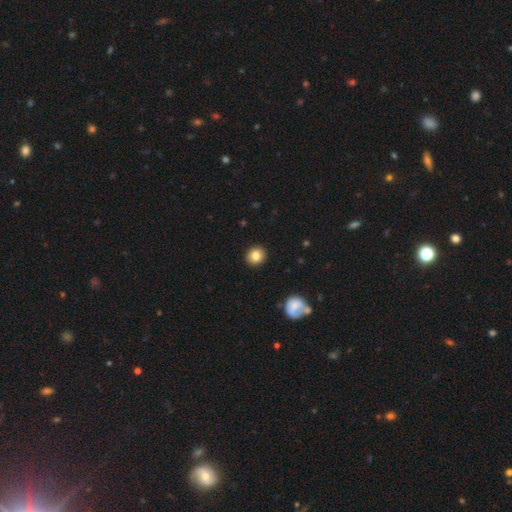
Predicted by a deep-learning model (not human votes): The model was most divided on "how rounded": round: 83%, in between: 16%, cigar-shaped: 1%. More confident: merging — none (92%); smooth or featured — smooth (83%).